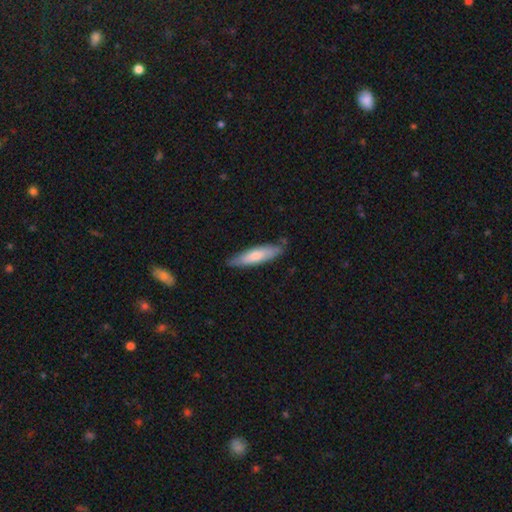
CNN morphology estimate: Smooth or featured? smooth (72%)
How rounded? cigar-shaped (73%)
Merging? none (80%)